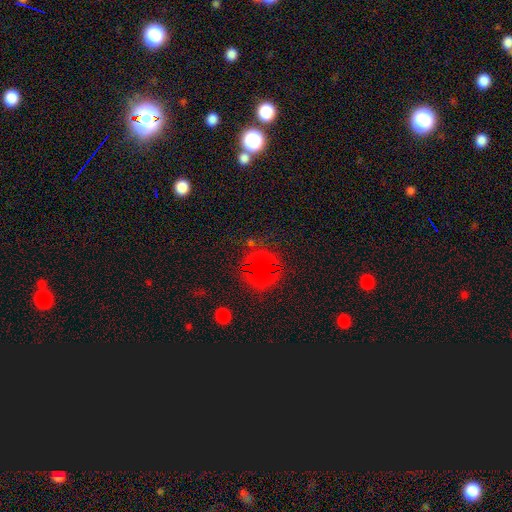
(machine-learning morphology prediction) This appears to be a star or artifact, not a galaxy (62%).